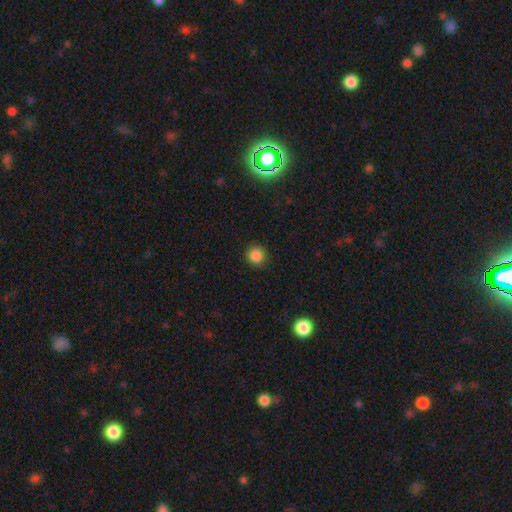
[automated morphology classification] smooth 86%, star or artifact 11%, featured or disk 3%. Down the decision tree: how rounded — round (94%); merging — none (90%).